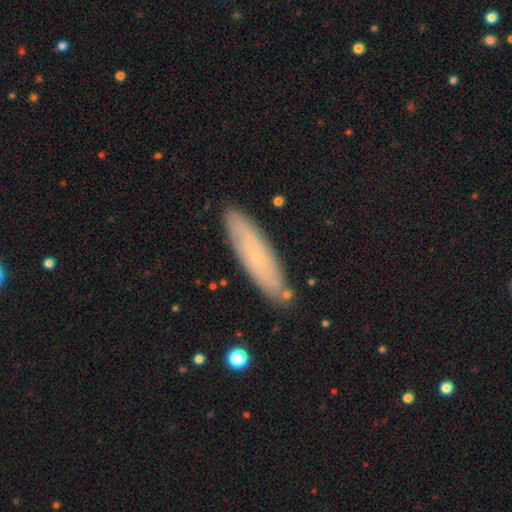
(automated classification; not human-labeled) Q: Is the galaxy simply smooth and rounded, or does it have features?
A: smooth — 48%.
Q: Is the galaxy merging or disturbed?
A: none — 86%.